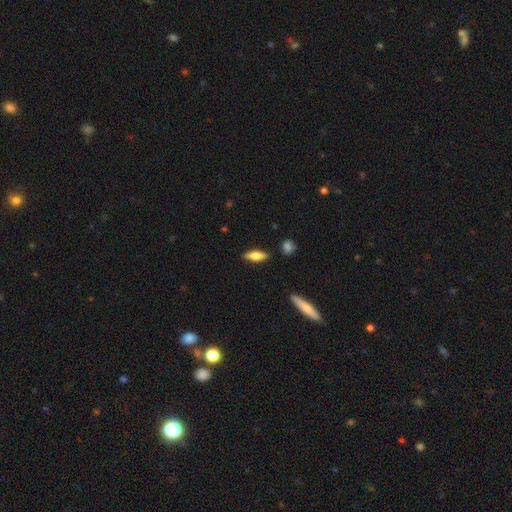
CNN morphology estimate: This is likely a smooth galaxy (66%). How rounded: possibly in between (55%). Merging: clearly none (87%).